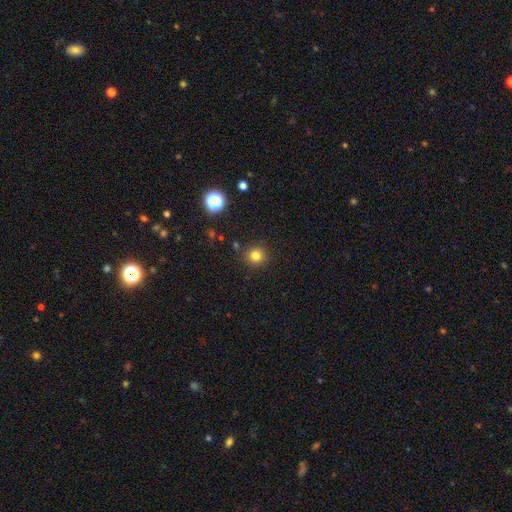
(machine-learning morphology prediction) A smooth galaxy with no disk features (80%) that is round (94%).

Vote fractions:
- Smooth or featured? smooth: 80% / star or artifact: 14% / featured or disk: 6%
- How rounded? round: 94% / in between: 5% / cigar-shaped: 1%
- Merging? none: 88% / minor disturbance: 7% / merger: 3% / major disturbance: 2%